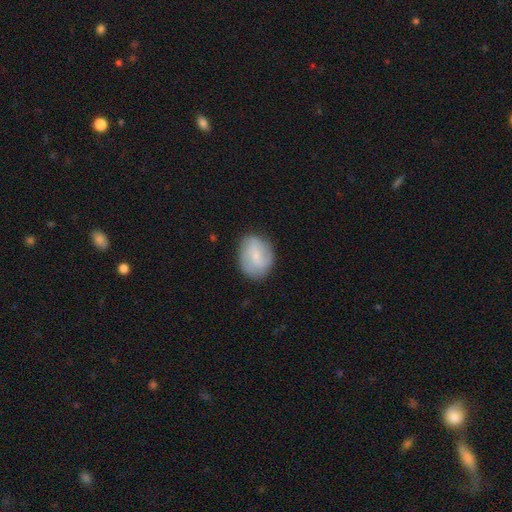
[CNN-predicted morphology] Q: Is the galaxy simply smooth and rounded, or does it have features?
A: smooth — 51%.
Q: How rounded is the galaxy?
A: in between — 56%.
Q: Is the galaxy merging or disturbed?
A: none — 77%.